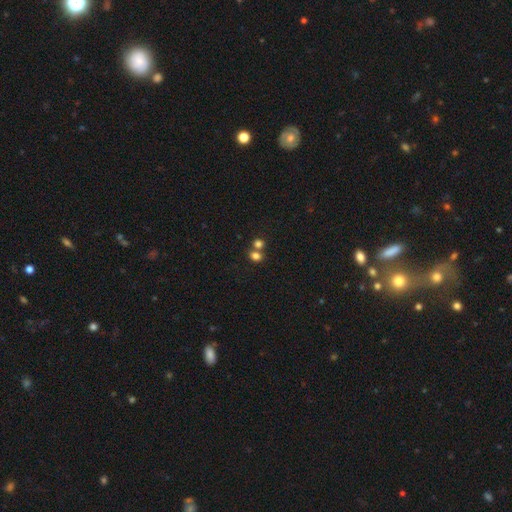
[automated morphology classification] A smooth galaxy with no disk features (79%) that is round (54%). Merging: merger (47%).